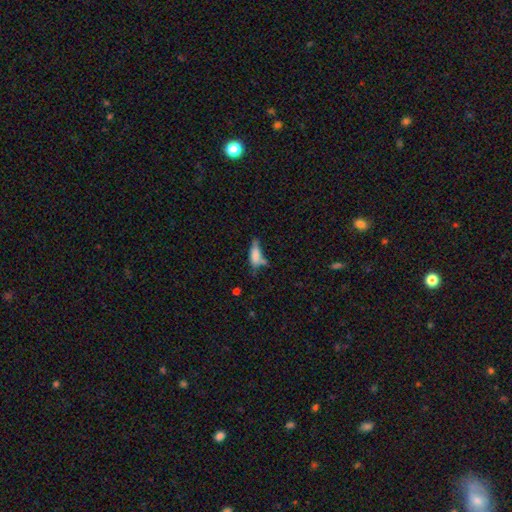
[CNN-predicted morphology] smooth 74%, featured or disk 17%, star or artifact 9%. Down the decision tree: how rounded — in between (63%); merging — none (38%).